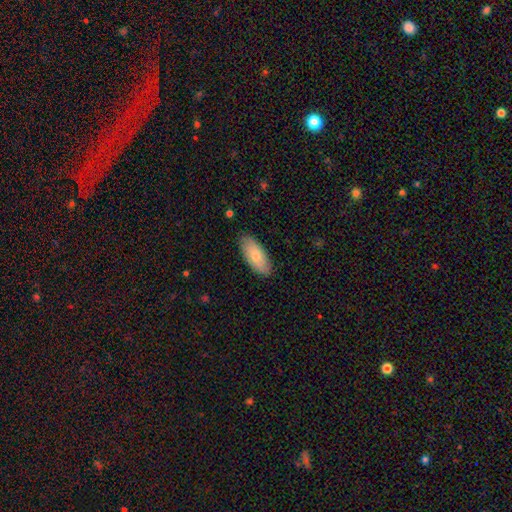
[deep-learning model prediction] A smooth galaxy with no disk features (77%) that is in between round and cigar-shaped (87%).

Vote fractions:
- Smooth or featured? smooth: 77% / featured or disk: 18% / star or artifact: 5%
- How rounded? in between: 87% / cigar-shaped: 12% / round: 2%
- Merging? none: 85% / minor disturbance: 12% / major disturbance: 2% / merger: 1%